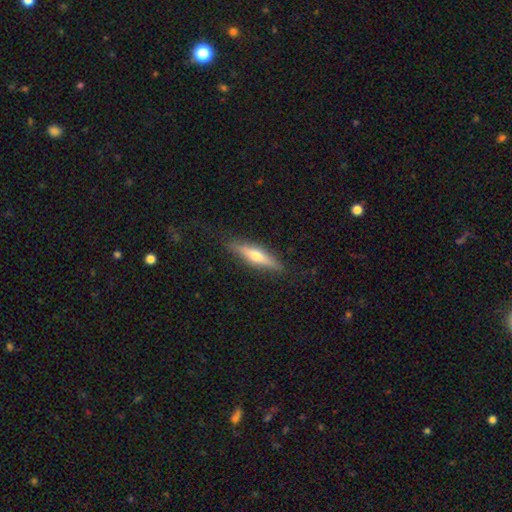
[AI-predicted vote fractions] Overall: featured or disk (52%; smooth 42%). Edge-on disk: yes (92%). Merging: none (86%).